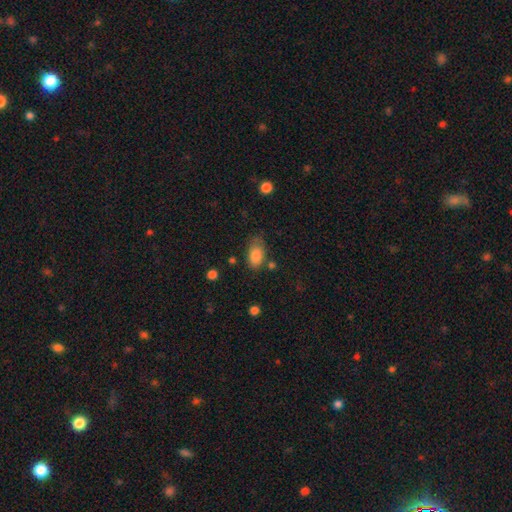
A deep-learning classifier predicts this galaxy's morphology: smooth 84%, featured or disk 8%, star or artifact 8%. Down the decision tree: how rounded — in between (91%); merging — none (58%).